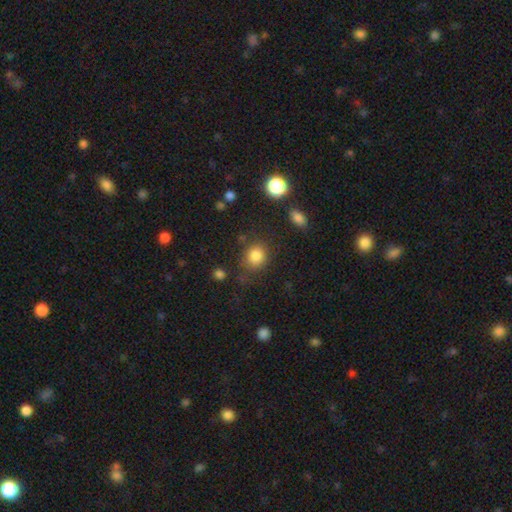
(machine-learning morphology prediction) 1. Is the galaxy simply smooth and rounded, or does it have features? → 82% smooth, 12% star or artifact, 6% featured or disk.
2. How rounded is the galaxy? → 68% round, 31% in between, 1% cigar-shaped.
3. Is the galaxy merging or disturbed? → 74% none, 15% minor disturbance, 7% major disturbance, 4% merger.